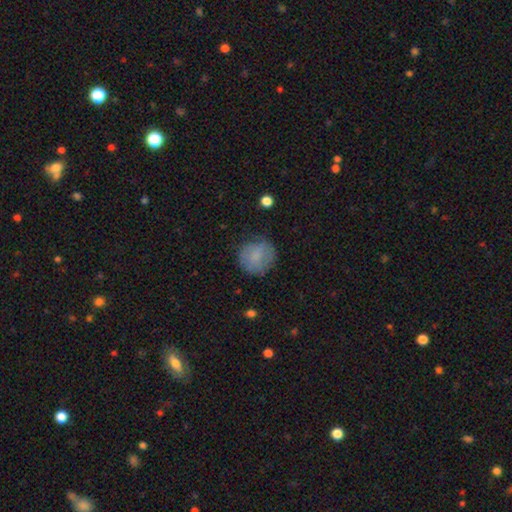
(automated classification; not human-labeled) Smooth or featured? smooth (77%)
How rounded? round (88%)
Merging? none (72%)